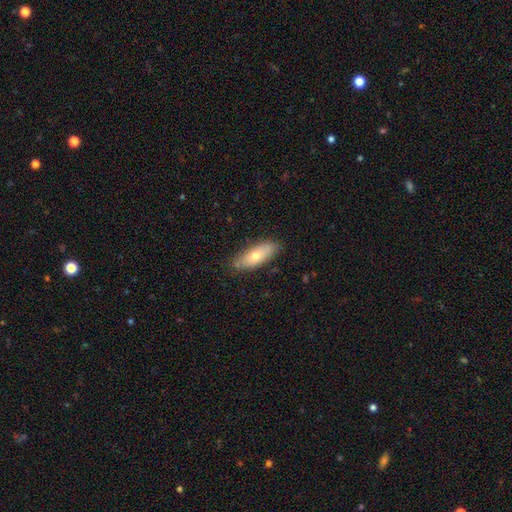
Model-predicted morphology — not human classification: smooth 68%, featured or disk 26%, star or artifact 6%. Down the decision tree: how rounded — in between (71%); merging — none (82%).